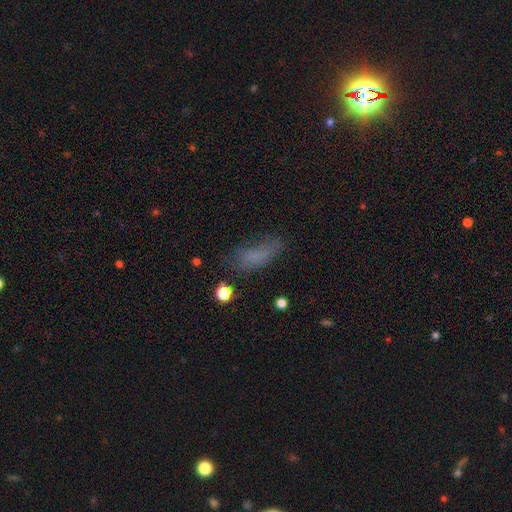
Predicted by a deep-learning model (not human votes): smooth-or-featured: smooth: 69% | star or artifact: 16% | featured or disk: 15%
  how-rounded: in between: 73% | cigar-shaped: 22% | round: 5%
  merging: none: 50% | minor disturbance: 27% | major disturbance: 19% | merger: 3%